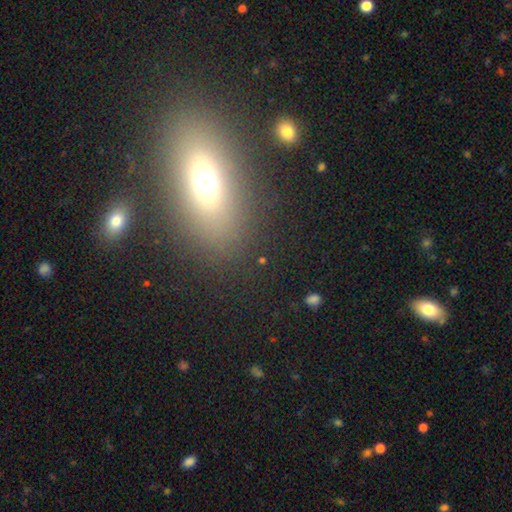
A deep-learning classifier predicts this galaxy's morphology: A smooth galaxy with no disk features (64%) that is in between round and cigar-shaped (75%).

Vote fractions:
- Smooth or featured? smooth: 64% / featured or disk: 19% / star or artifact: 17%
- How rounded? in between: 75% / cigar-shaped: 16% / round: 8%
- Merging? none: 84% / minor disturbance: 9% / major disturbance: 4% / merger: 3%